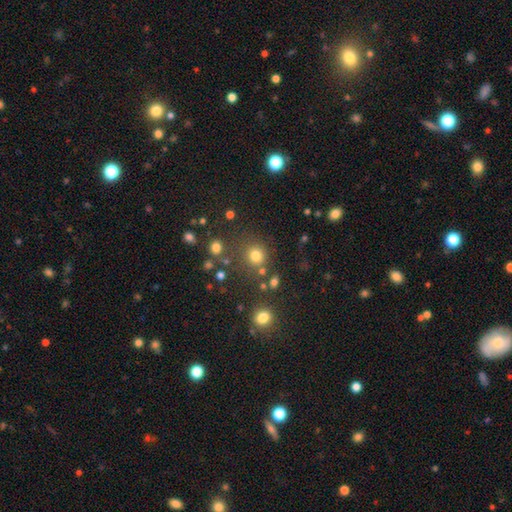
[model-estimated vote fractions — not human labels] The model was most divided on "smooth or featured": smooth: 78%, star or artifact: 16%, featured or disk: 6%. More confident: how rounded — round (89%); merging — none (76%).